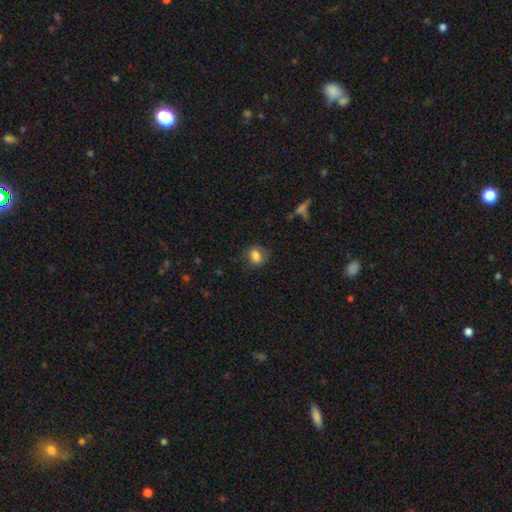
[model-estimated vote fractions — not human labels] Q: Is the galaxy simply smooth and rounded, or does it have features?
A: smooth — 81%.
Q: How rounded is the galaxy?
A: in between — 64%.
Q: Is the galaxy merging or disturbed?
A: none — 70%.